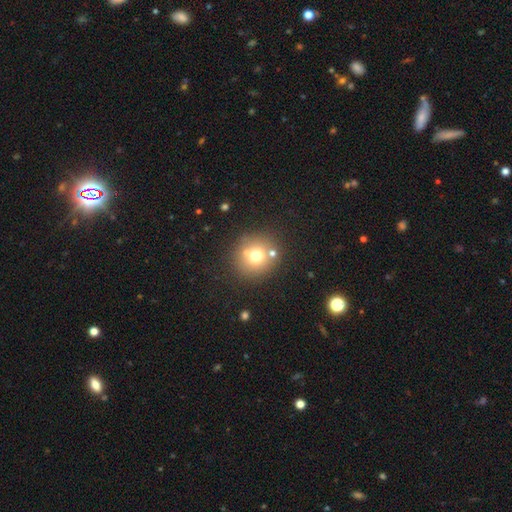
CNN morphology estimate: Smooth or featured?
  - smooth: 69% *
  - featured or disk: 16%
  - star or artifact: 15%
How rounded?
  - round: 89% *
  - in between: 10%
  - cigar-shaped: 1%
Merging?
  - none: 73% *
  - merger: 13%
  - minor disturbance: 10%
  - major disturbance: 4%